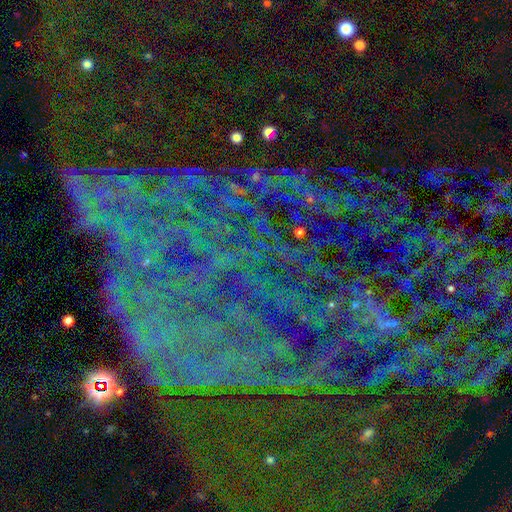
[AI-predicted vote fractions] star or artifact 85%, featured or disk 8%, smooth 7%.